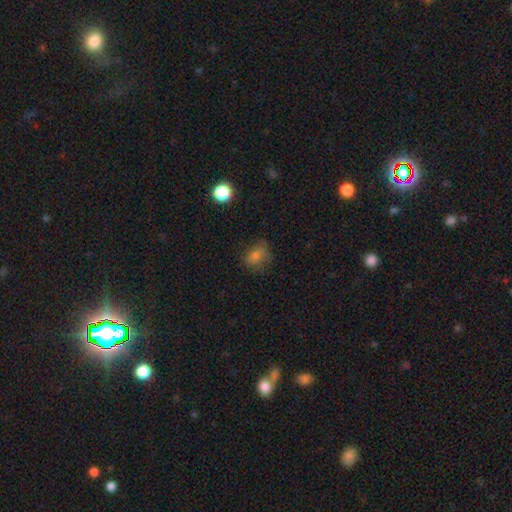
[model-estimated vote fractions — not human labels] smooth-or-featured: smooth: 75% | star or artifact: 15% | featured or disk: 11%
  how-rounded: round: 55% | in between: 44% | cigar-shaped: 1%
  merging: none: 63% | minor disturbance: 26% | major disturbance: 10% | merger: 2%